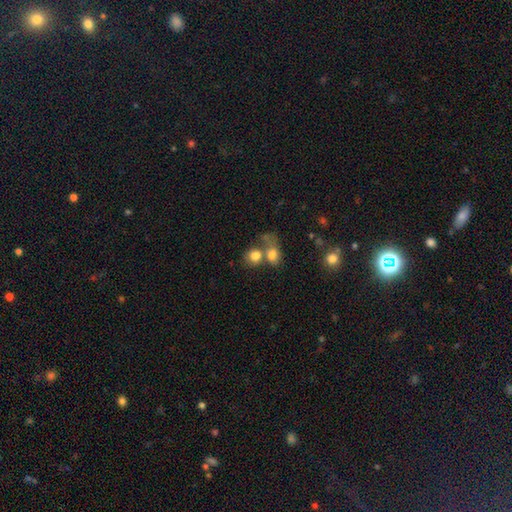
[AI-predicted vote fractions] Smooth or featured? smooth (79%)
How rounded? round (63%)
Merging? merger (49%)